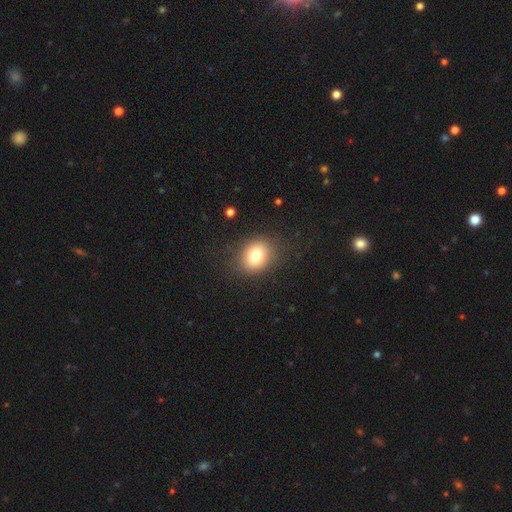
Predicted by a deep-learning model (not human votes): smooth_or_featured: smooth (p=0.78) [alt: featured or disk p=0.11]
how_rounded: round (p=0.56) [alt: in between p=0.43]
merging: none (p=0.83) [alt: minor disturbance p=0.11]